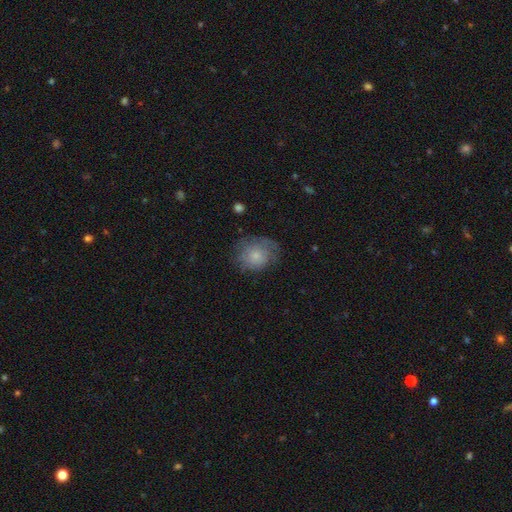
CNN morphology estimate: type=smooth (66%); roundness=round (69%); merging=none (58%).